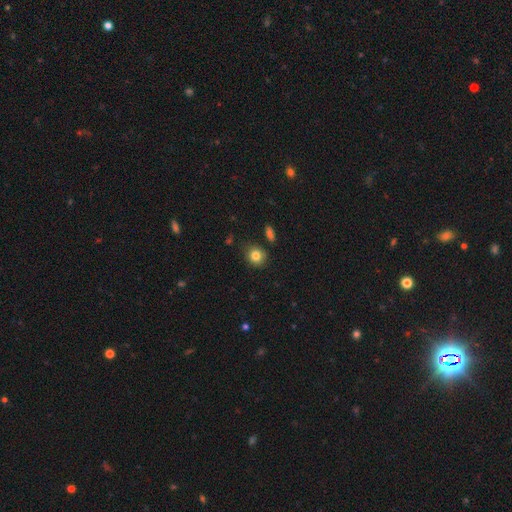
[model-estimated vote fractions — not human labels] Q: Smooth or featured?
A: smooth (83%); runner-up: star or artifact (10%)
Q: How rounded?
A: round (79%); runner-up: in between (20%)
Q: Merging?
A: none (82%); runner-up: minor disturbance (12%)